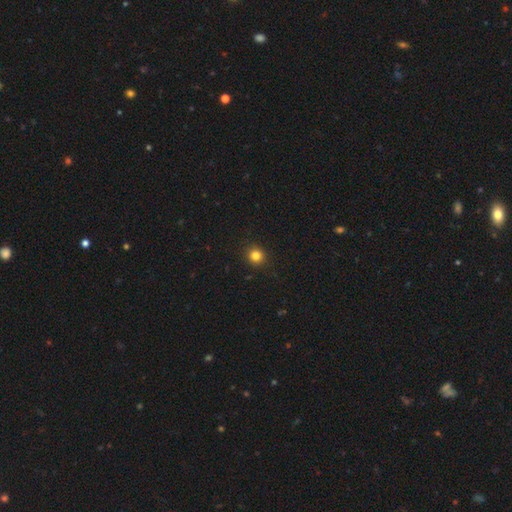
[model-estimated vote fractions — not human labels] smooth-or-featured: smooth: 82% | star or artifact: 13% | featured or disk: 5%
  how-rounded: round: 92% | in between: 7% | cigar-shaped: 1%
  merging: none: 93% | minor disturbance: 5% | major disturbance: 2% | merger: 1%